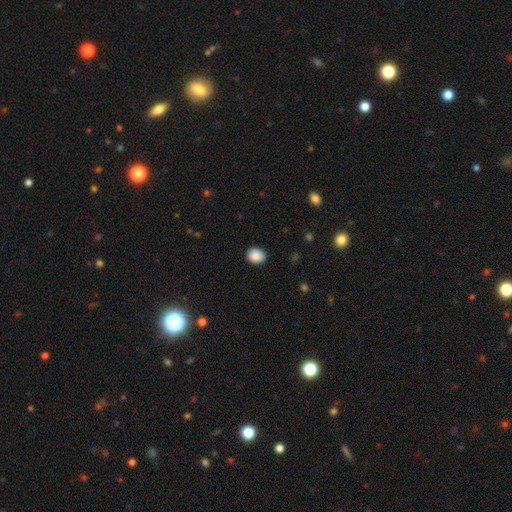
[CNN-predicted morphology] smooth 89%, star or artifact 9%, featured or disk 3%. Down the decision tree: how rounded — round (62%); merging — none (89%).